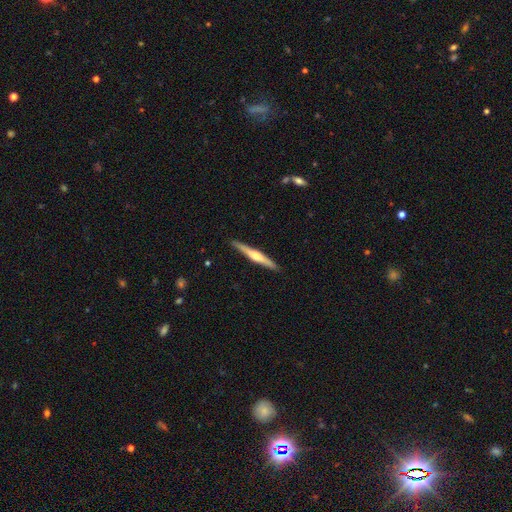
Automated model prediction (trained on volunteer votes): featured or disk 66%, smooth 29%, star or artifact 5%. Down the decision tree: edge-on disk — yes (98%); edge-on bulge — rounded (86%); merging — none (90%).